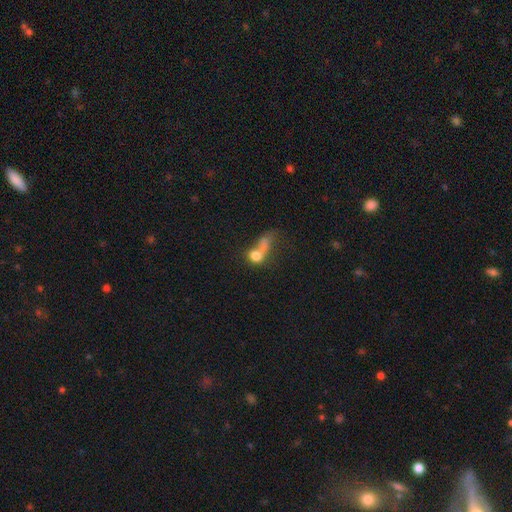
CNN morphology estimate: This appears to be a smooth galaxy with no disk features (64%) that is round (49%). Merging: merger (40%).